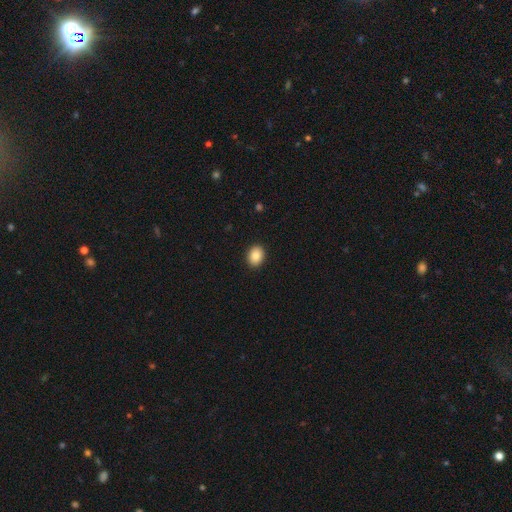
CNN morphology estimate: This appears to be a smooth galaxy with no disk features (88%) that is in between round and cigar-shaped (65%). Merging: none (91%).